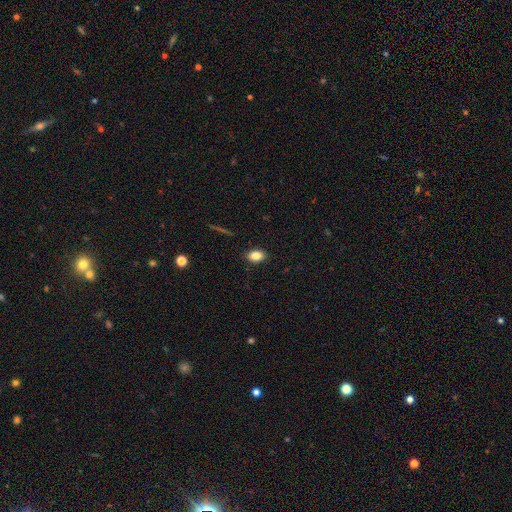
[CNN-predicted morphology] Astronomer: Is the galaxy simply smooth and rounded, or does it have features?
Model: smooth — 84%.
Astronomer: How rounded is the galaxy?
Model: in between — 84%.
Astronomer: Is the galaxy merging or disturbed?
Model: none — 88%.